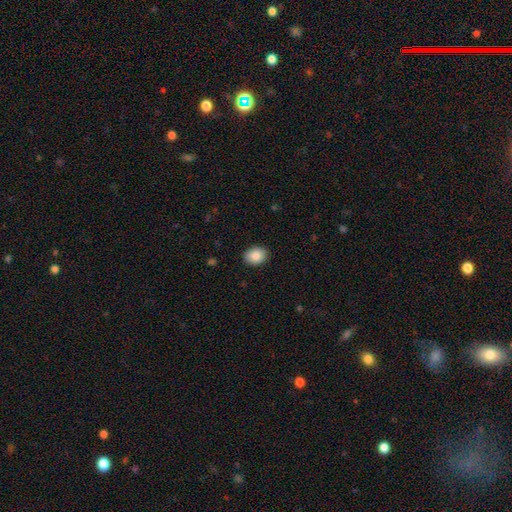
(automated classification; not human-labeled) Smooth or featured?
  - smooth: 87% *
  - star or artifact: 8%
  - featured or disk: 5%
How rounded?
  - in between: 63% *
  - round: 37%
  - cigar-shaped: 1%
Merging?
  - none: 89% *
  - minor disturbance: 8%
  - major disturbance: 2%
  - merger: 1%